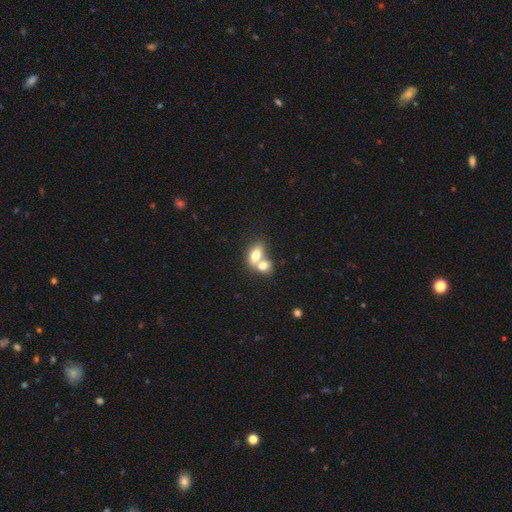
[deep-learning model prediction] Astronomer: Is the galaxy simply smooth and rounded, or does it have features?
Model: smooth — 74%.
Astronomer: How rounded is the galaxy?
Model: in between — 82%.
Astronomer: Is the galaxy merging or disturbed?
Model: merger — 69%.